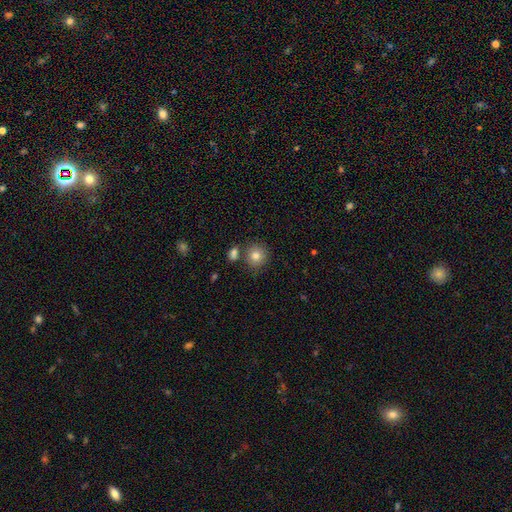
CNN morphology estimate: This appears to be a smooth galaxy with no disk features (82%) that is round (88%). Merging: none (72%).